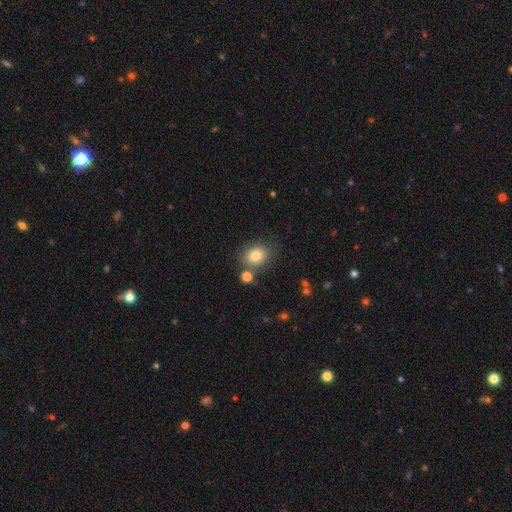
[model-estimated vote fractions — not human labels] Smooth or featured?
  - smooth: 81% *
  - star or artifact: 10%
  - featured or disk: 9%
How rounded?
  - round: 50% *
  - in between: 49%
  - cigar-shaped: 1%
Merging?
  - none: 70% *
  - minor disturbance: 14%
  - merger: 11%
  - major disturbance: 5%